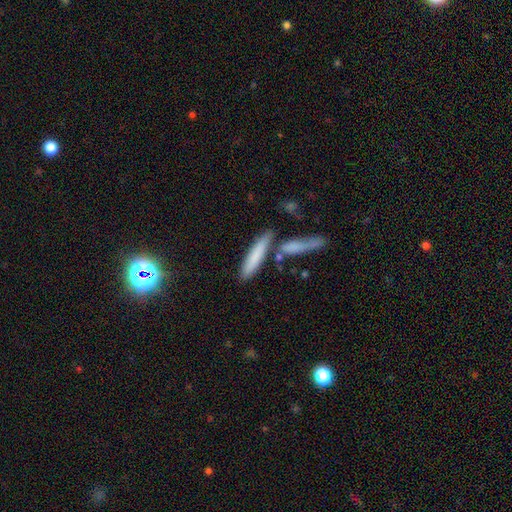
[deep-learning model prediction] Morphology: type=smooth (75%); roundness=cigar-shaped (84%); merging=none (69%).